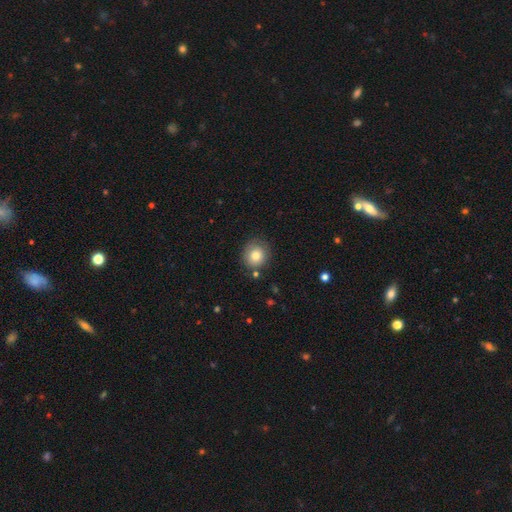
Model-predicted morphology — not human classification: This is likely a smooth galaxy (77%). How rounded: clearly round (86%). Merging: likely none (79%).